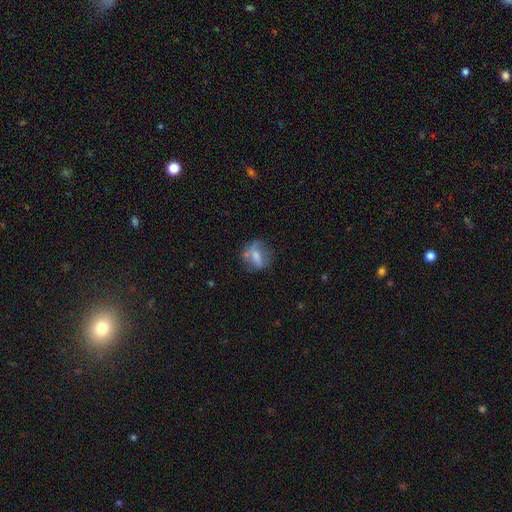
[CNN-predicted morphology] A smooth galaxy with no disk features (47%). Merging: none (62%).